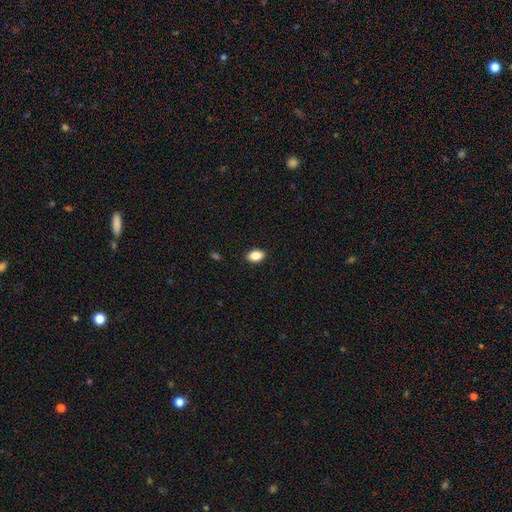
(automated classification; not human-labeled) smooth_or_featured: smooth (p=0.87) [alt: star or artifact p=0.08]
how_rounded: in between (p=0.86) [alt: round p=0.12]
merging: none (p=0.89) [alt: minor disturbance p=0.08]